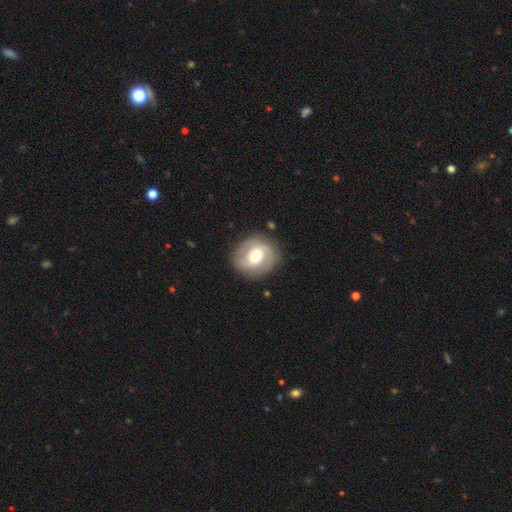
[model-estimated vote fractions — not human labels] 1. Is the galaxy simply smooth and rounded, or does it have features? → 57% featured or disk, 37% smooth, 6% star or artifact.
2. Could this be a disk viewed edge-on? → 97% no, 3% yes.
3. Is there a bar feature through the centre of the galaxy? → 42% no, 41% weak, 17% strong.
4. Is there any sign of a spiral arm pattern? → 73% yes, 27% no.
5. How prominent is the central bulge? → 67% moderate, 18% small, 13% large, 1% dominant, 1% none.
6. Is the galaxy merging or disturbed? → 81% none, 12% minor disturbance, 5% major disturbance, 2% merger.